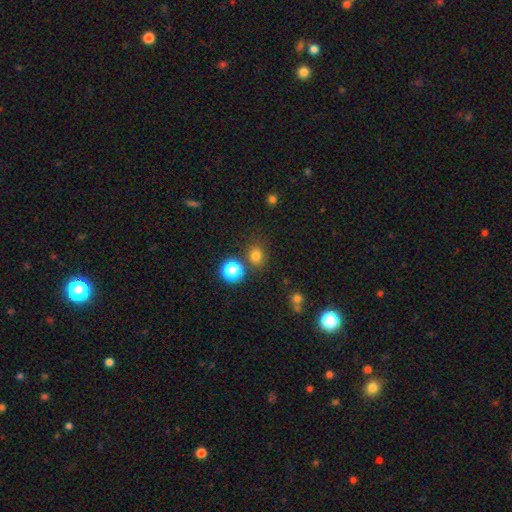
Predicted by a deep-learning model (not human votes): Q: Smooth or featured?
A: smooth (75%); runner-up: star or artifact (19%)
Q: How rounded?
A: round (74%); runner-up: in between (25%)
Q: Merging?
A: none (78%); runner-up: minor disturbance (10%)